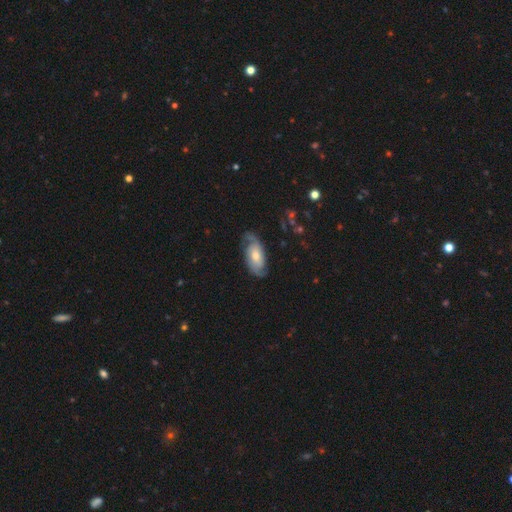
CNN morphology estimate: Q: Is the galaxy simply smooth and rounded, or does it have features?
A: featured or disk — 71%.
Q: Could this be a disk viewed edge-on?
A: no — 93%.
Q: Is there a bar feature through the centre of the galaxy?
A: no — 64%.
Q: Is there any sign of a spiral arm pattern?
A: yes — 91%.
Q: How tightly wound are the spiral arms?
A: medium — 41%.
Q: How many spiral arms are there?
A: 2 — 73%.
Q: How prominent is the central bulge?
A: moderate — 54%.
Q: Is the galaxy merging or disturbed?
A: none — 69%.